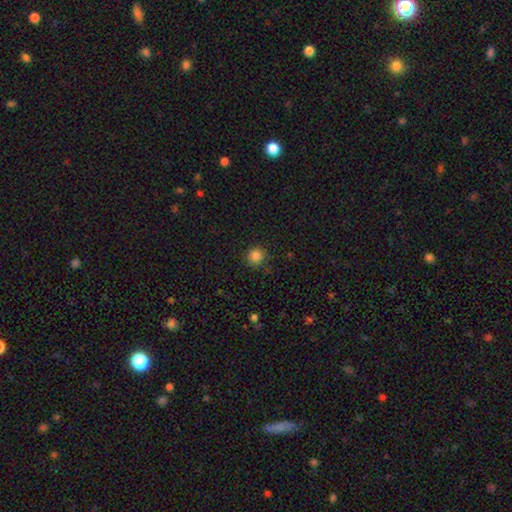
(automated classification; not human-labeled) Morphology: type=smooth (83%); roundness=round (93%); merging=none (82%).